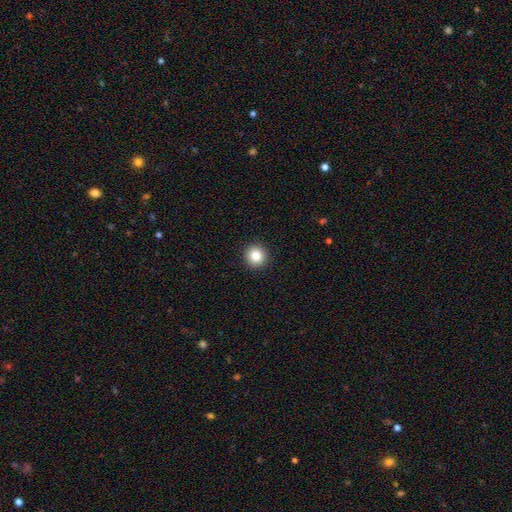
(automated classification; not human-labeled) The model was most divided on "smooth or featured": smooth: 84%, star or artifact: 10%, featured or disk: 5%. More confident: how rounded — round (94%); merging — none (93%).